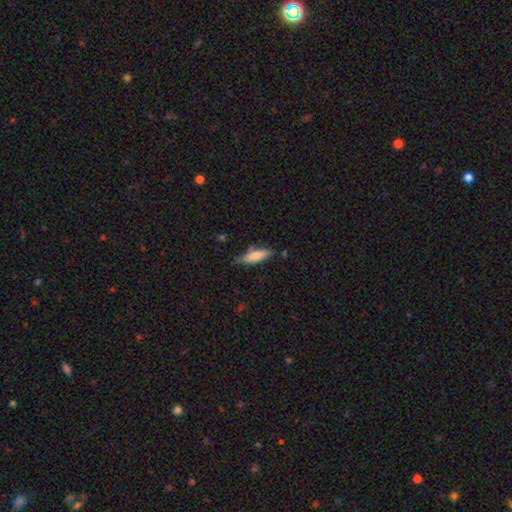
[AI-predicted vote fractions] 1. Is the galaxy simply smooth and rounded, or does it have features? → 73% smooth, 20% featured or disk, 7% star or artifact.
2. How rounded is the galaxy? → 49% cigar-shaped (tied), 49% in between (tied), 2% round.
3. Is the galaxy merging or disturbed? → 61% none, 27% minor disturbance, 6% major disturbance, 5% merger.